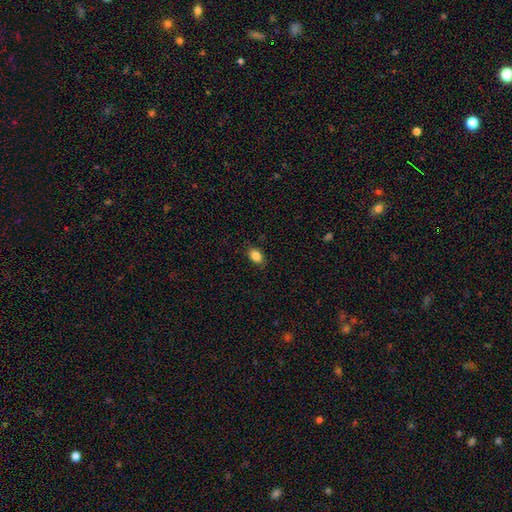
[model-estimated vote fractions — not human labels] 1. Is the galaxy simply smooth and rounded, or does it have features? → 86% smooth, 9% star or artifact, 5% featured or disk.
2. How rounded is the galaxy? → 81% in between, 17% round, 2% cigar-shaped.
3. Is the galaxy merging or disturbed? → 83% none, 13% minor disturbance, 3% major disturbance, 1% merger.